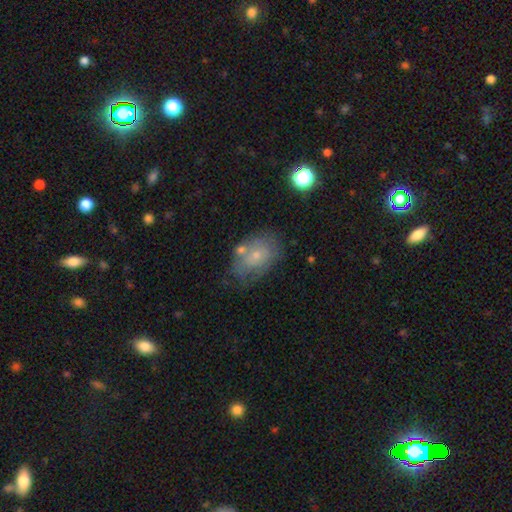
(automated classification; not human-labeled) This is possibly a smooth galaxy (58%). How rounded: likely in between (78%). Merging: possibly none (51%).